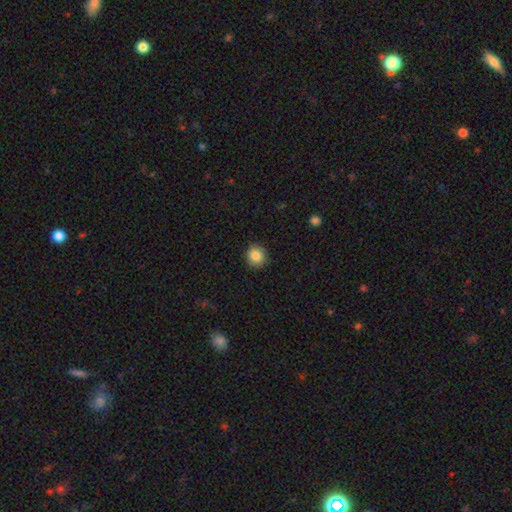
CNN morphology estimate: Smooth or featured: smooth — 85% (star or artifact — 10%)
How rounded: round — 87% (in between — 12%)
Merging: none — 90% (minor disturbance — 7%)